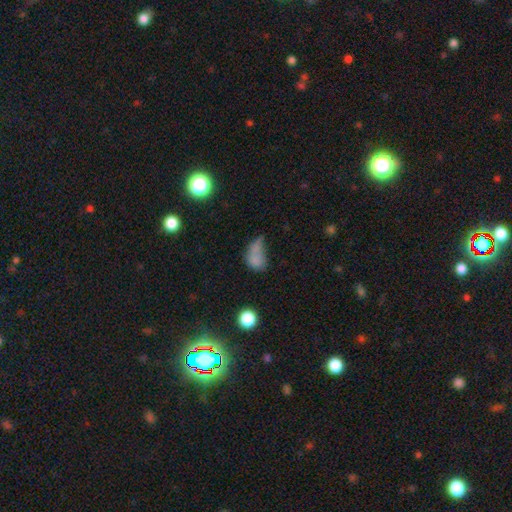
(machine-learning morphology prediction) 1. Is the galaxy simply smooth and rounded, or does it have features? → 69% smooth, 16% star or artifact, 15% featured or disk.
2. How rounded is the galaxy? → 74% in between, 23% round, 3% cigar-shaped.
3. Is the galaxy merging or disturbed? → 33% major disturbance, 25% none, 24% minor disturbance, 18% merger.